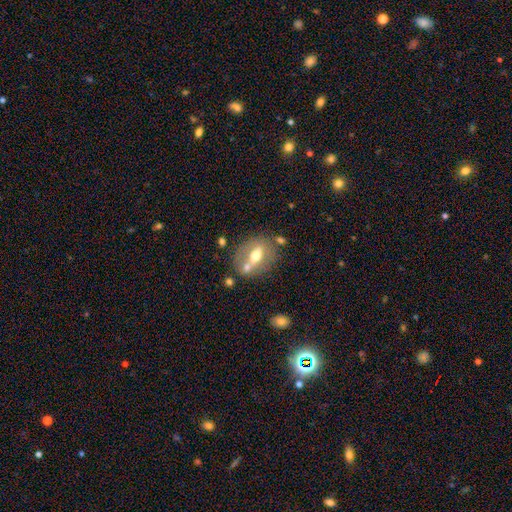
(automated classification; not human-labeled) A featured or disk galaxy (46%, tied with smooth). Merging: none (60%).